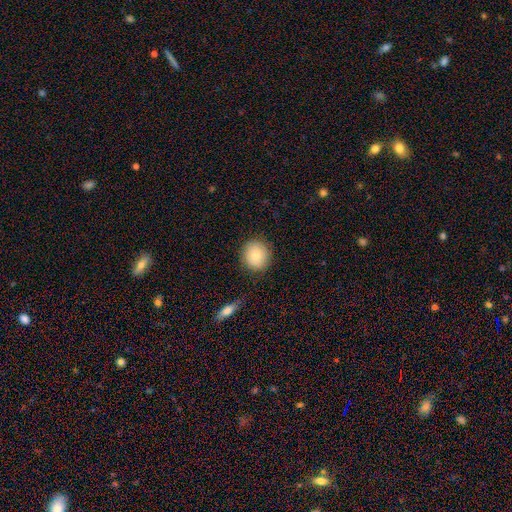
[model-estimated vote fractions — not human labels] Smooth or featured? smooth (83%)
How rounded? round (84%)
Merging? none (86%)